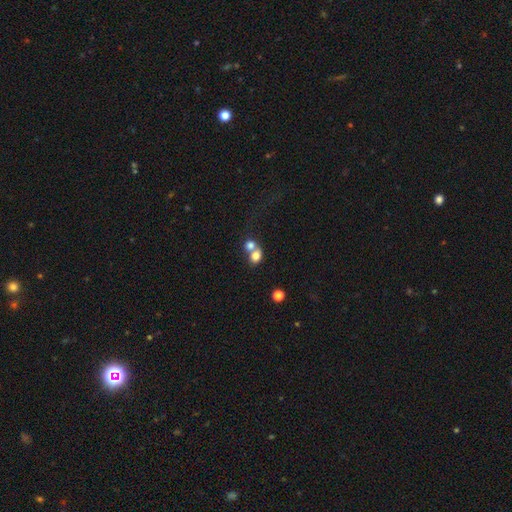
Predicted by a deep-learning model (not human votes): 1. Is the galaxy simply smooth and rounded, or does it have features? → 75% smooth, 14% featured or disk, 11% star or artifact.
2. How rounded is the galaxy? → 55% round, 44% in between, 1% cigar-shaped.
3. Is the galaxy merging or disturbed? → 62% merger, 27% none, 7% minor disturbance, 4% major disturbance.